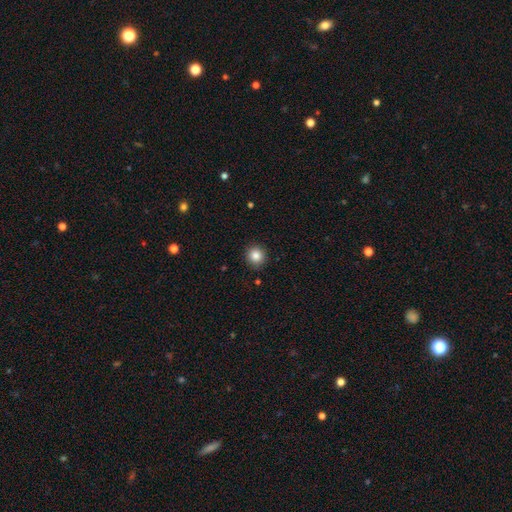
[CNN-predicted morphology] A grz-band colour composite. It shows a smooth galaxy with no disk features (85%) that is round (92%). Merging: none (91%).